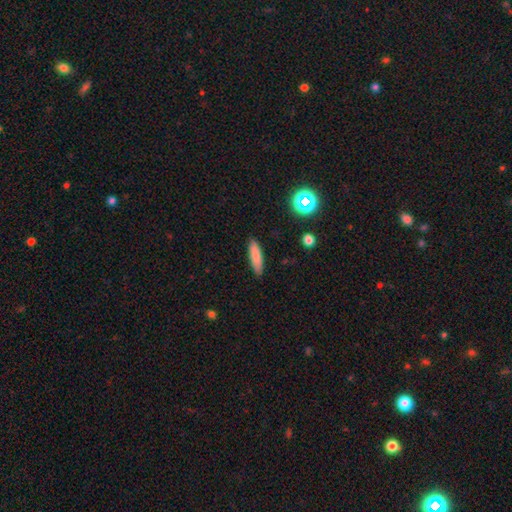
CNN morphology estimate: smooth_or_featured: smooth (p=0.82) [alt: featured or disk p=0.10]
how_rounded: cigar-shaped (p=0.67) [alt: in between p=0.31]
merging: none (p=0.88) [alt: minor disturbance p=0.09]